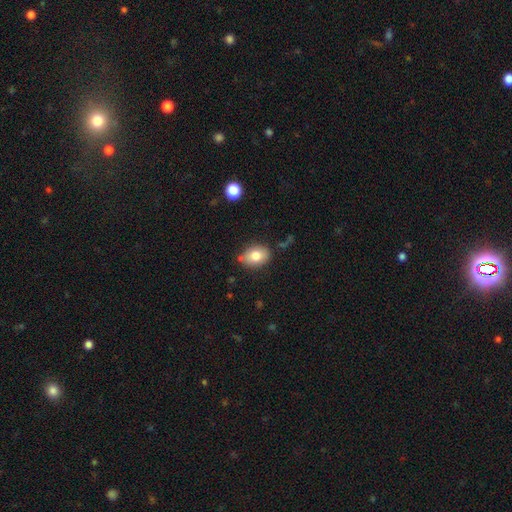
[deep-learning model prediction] smooth-or-featured: smooth: 79% | featured or disk: 12% | star or artifact: 8%
  how-rounded: in between: 74% | round: 25% | cigar-shaped: 1%
  merging: none: 74% | minor disturbance: 19% | merger: 4% | major disturbance: 4%